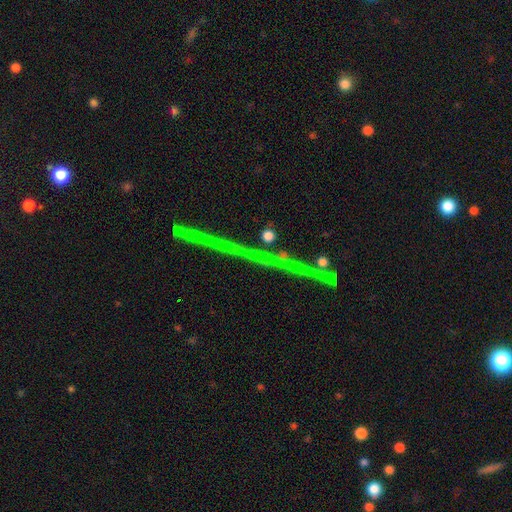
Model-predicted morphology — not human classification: The model was most divided on "smooth or featured": star or artifact: 68%, featured or disk: 18%, smooth: 15%.